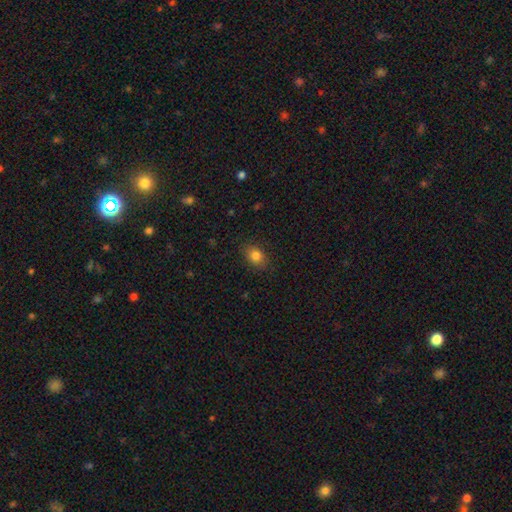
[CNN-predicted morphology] smooth_or_featured: smooth (p=0.82) [alt: star or artifact p=0.11]
how_rounded: in between (p=0.64) [alt: round p=0.34]
merging: none (p=0.86) [alt: minor disturbance p=0.11]